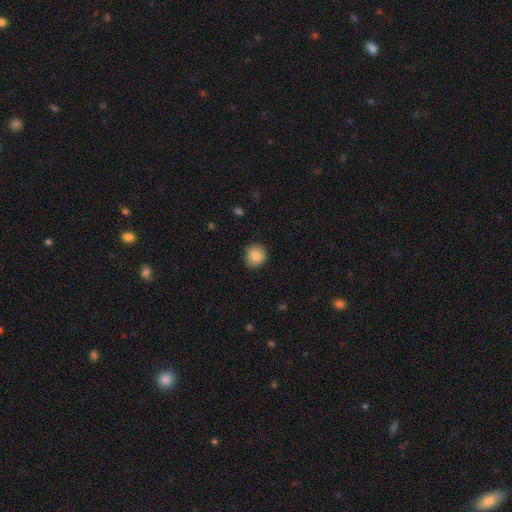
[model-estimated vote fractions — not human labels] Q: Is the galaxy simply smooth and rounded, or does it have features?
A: smooth — 87%.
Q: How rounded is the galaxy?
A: round — 89%.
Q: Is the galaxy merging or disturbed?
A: none — 87%.